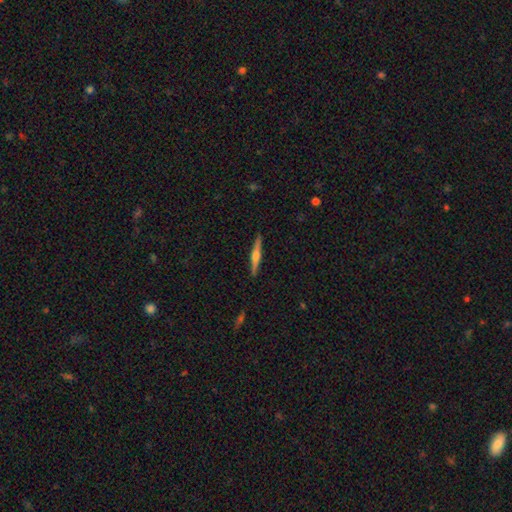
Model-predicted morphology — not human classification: type=featured or disk (68%); edge-on=yes (98%); edge-on bulge=rounded (86%); merging=none (91%).